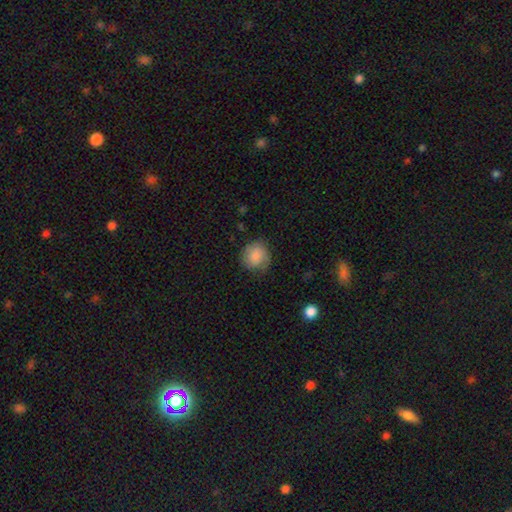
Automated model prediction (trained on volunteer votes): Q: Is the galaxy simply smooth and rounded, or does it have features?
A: smooth — 79%.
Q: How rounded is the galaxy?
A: round — 85%.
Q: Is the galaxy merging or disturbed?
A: none — 68%.